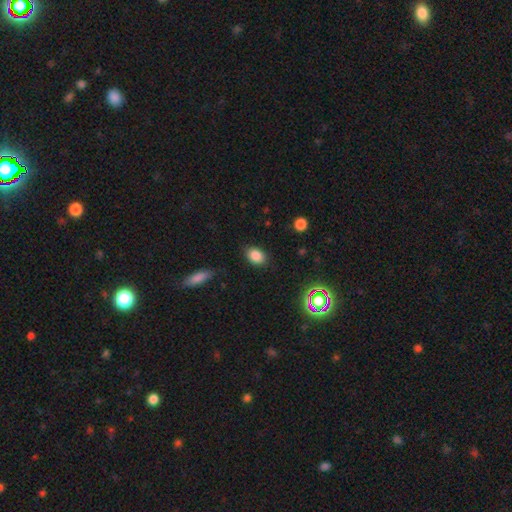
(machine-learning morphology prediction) Smooth or featured: smooth — 85% (star or artifact — 10%)
How rounded: in between — 78% (round — 21%)
Merging: none — 85% (minor disturbance — 11%)